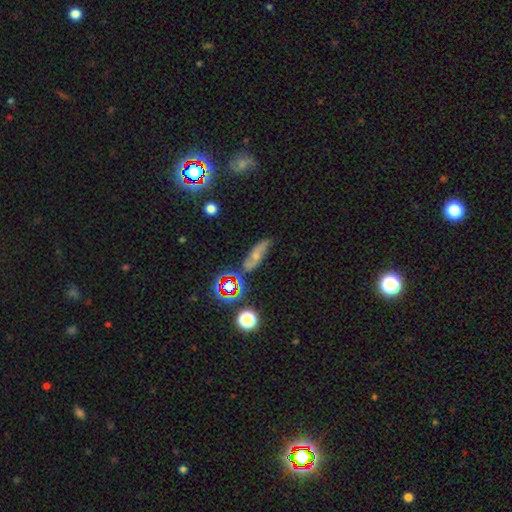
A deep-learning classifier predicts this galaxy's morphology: type=smooth (42%); merging=none (61%).